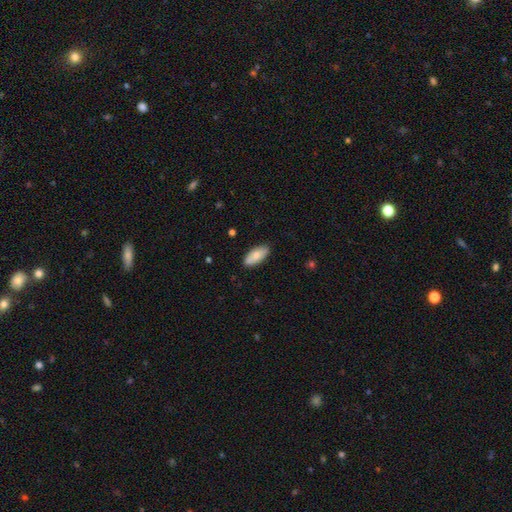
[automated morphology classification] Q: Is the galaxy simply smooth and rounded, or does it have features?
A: smooth — 77%.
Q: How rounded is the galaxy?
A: in between — 88%.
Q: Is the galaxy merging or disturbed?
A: none — 85%.